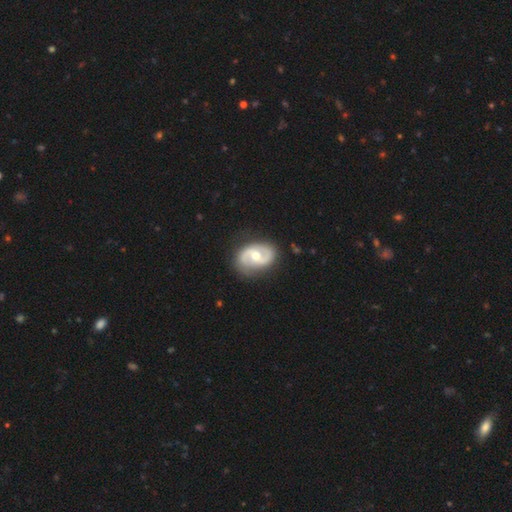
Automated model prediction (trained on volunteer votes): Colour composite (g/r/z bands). It shows a featured or disk galaxy (81%) with no bar (49%), 2 (90%) medium (47%) spiral arms (90%) and a moderate central bulge (75%). Merging: none (81%).